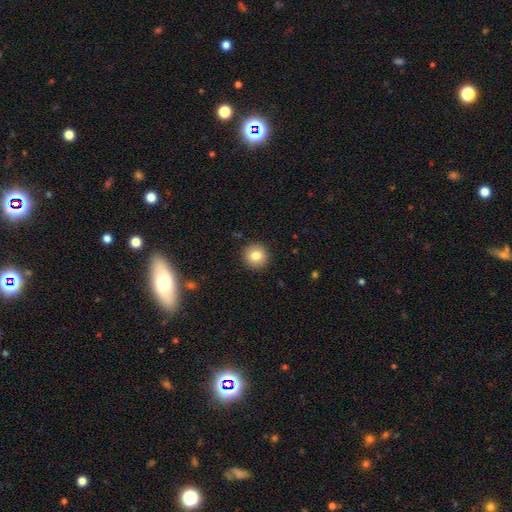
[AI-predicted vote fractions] Overall: smooth (83%). How rounded: round (94%). Merging: none (91%).